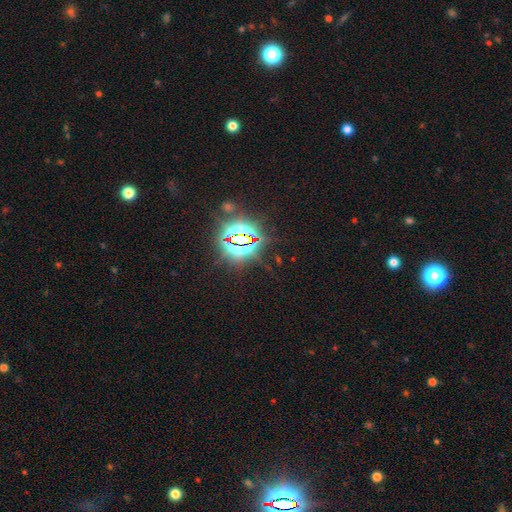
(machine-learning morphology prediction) smooth_or_featured: star or artifact (p=0.82) [alt: smooth p=0.11]